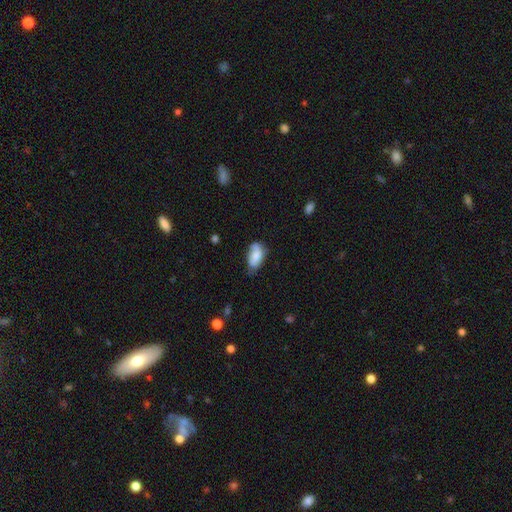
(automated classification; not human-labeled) A smooth galaxy with no disk features (65%) that is in between round and cigar-shaped (92%).

Vote fractions:
- Smooth or featured? smooth: 65% / featured or disk: 27% / star or artifact: 8%
- How rounded? in between: 92% / round: 4% / cigar-shaped: 4%
- Merging? none: 51% / minor disturbance: 35% / major disturbance: 11% / merger: 3%